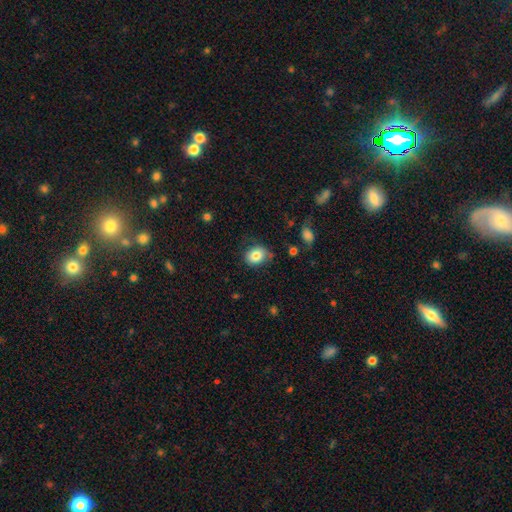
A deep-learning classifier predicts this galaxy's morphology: A smooth galaxy with no disk features (83%) that is in between round and cigar-shaped (53%).

Vote fractions:
- Smooth or featured? smooth: 83% / star or artifact: 9% / featured or disk: 8%
- How rounded? in between: 53% / round: 46% / cigar-shaped: 1%
- Merging? none: 75% / minor disturbance: 18% / major disturbance: 5% / merger: 2%